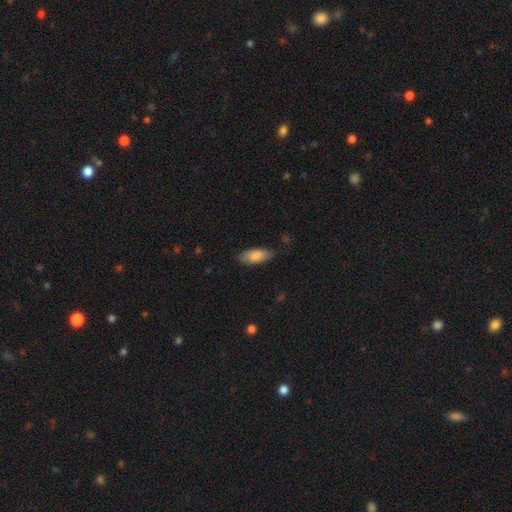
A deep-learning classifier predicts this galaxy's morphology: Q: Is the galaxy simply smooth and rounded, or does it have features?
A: smooth — 84%.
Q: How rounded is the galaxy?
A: in between — 84%.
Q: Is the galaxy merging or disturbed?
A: none — 76%.